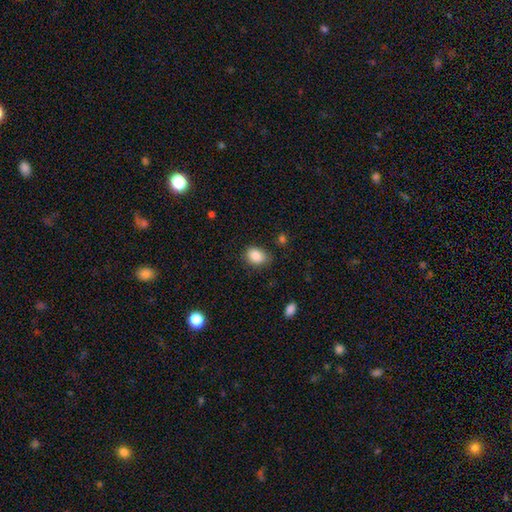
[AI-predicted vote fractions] This is clearly a smooth galaxy (88%). How rounded: likely in between (69%). Merging: likely none (73%).